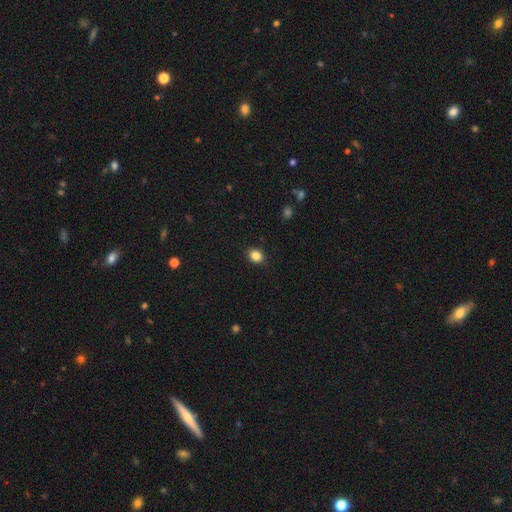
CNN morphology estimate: A smooth galaxy with no disk features (85%) that is round (53%). Merging: none (89%).